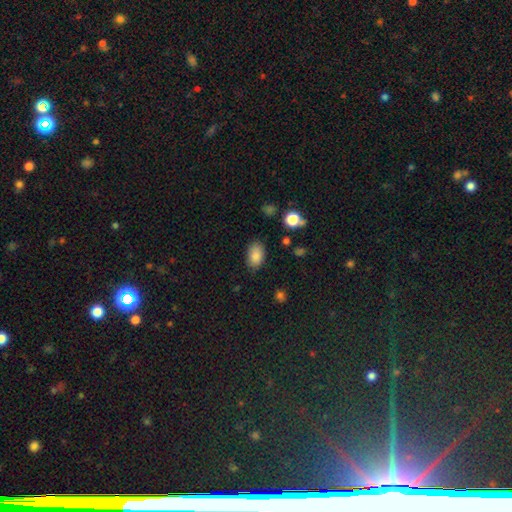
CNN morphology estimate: Q: Smooth or featured?
A: smooth (85%); runner-up: star or artifact (9%)
Q: How rounded?
A: in between (89%); runner-up: round (10%)
Q: Merging?
A: none (81%); runner-up: minor disturbance (14%)